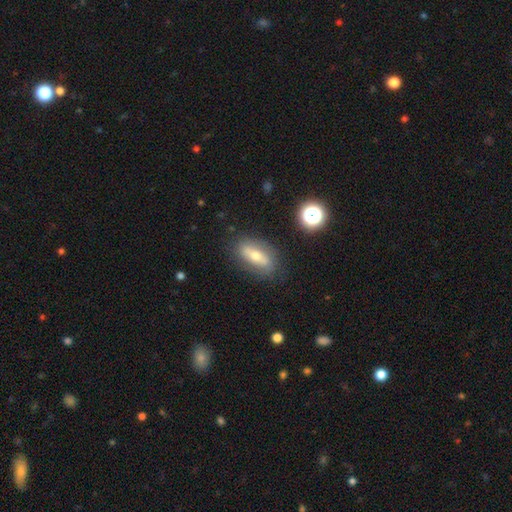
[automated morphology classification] Smooth or featured?
  - smooth: 46% *
  - featured or disk: 44%
  - star or artifact: 10%
Merging?
  - none: 81% *
  - minor disturbance: 13%
  - major disturbance: 4%
  - merger: 2%